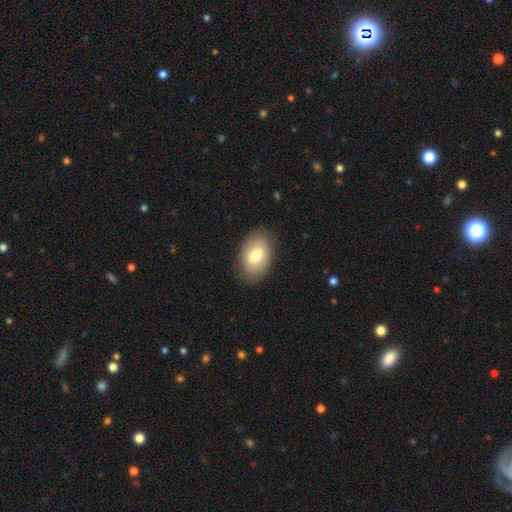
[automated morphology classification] smooth 74%, featured or disk 19%, star or artifact 7%. Down the decision tree: how rounded — in between (88%); merging — none (84%).